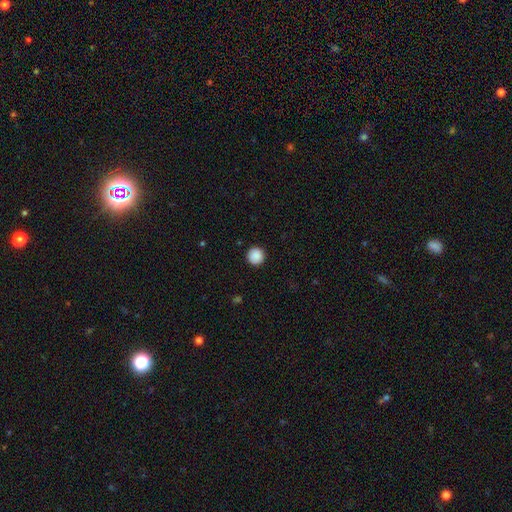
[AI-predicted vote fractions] Q: Smooth or featured?
A: smooth (89%); runner-up: star or artifact (9%)
Q: How rounded?
A: round (96%); runner-up: in between (3%)
Q: Merging?
A: none (92%); runner-up: minor disturbance (5%)